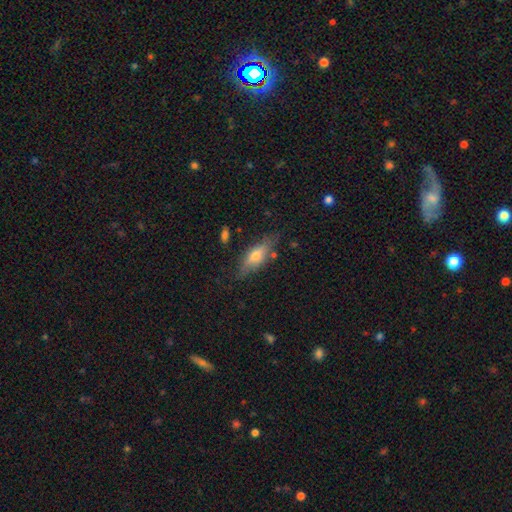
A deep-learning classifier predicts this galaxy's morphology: This appears to be a smooth galaxy with no disk features (50%). Merging: none (76%).